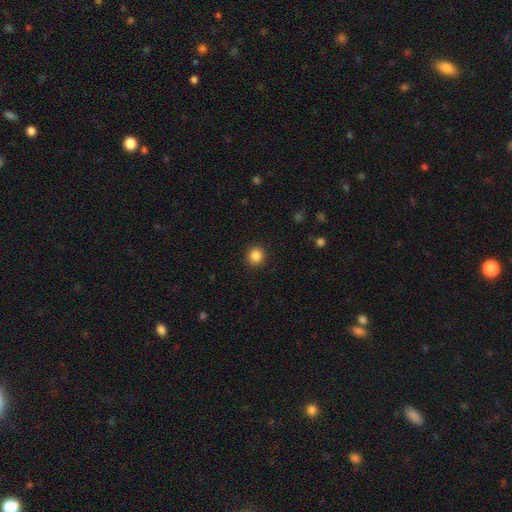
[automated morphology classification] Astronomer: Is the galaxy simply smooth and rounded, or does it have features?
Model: smooth — 86%.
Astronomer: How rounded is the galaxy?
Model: round — 90%.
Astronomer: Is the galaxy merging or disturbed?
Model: none — 92%.